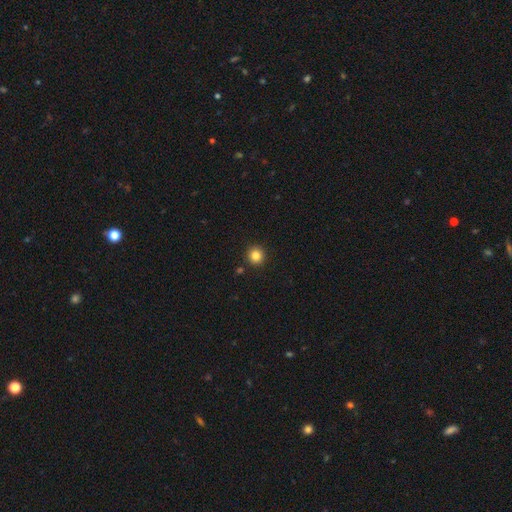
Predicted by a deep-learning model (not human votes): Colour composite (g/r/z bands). It shows a smooth galaxy with no disk features (84%) that is round (95%). Merging: none (91%).